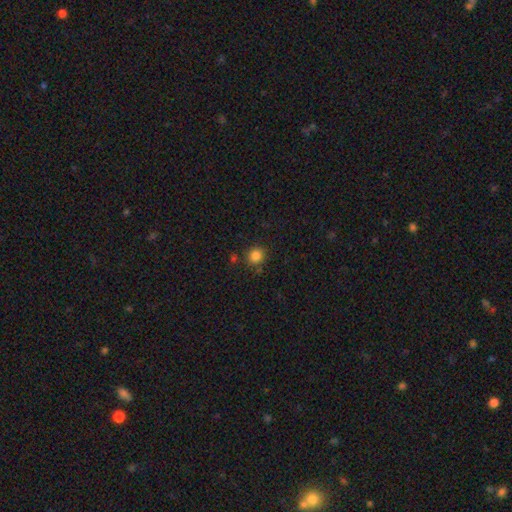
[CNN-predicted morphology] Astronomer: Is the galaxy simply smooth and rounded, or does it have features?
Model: smooth — 83%.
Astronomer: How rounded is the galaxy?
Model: round — 87%.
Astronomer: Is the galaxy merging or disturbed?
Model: none — 83%.